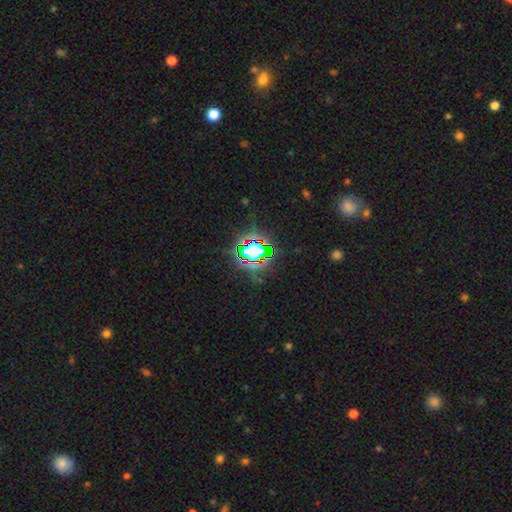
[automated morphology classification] type=star or artifact (72%).